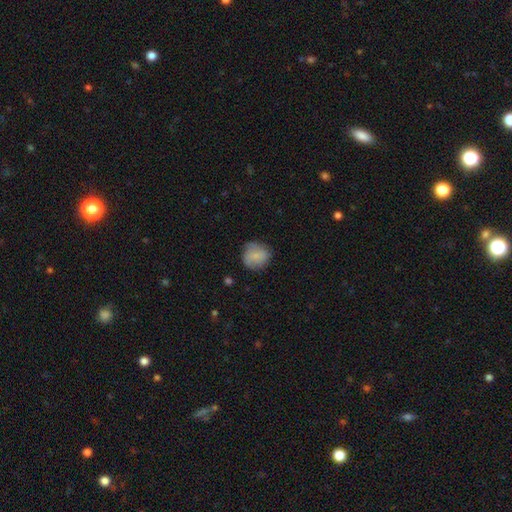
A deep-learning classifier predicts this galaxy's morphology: smooth_or_featured: smooth (p=0.75) [alt: featured or disk p=0.17]
how_rounded: round (p=0.87) [alt: in between p=0.12]
merging: none (p=0.72) [alt: minor disturbance p=0.21]